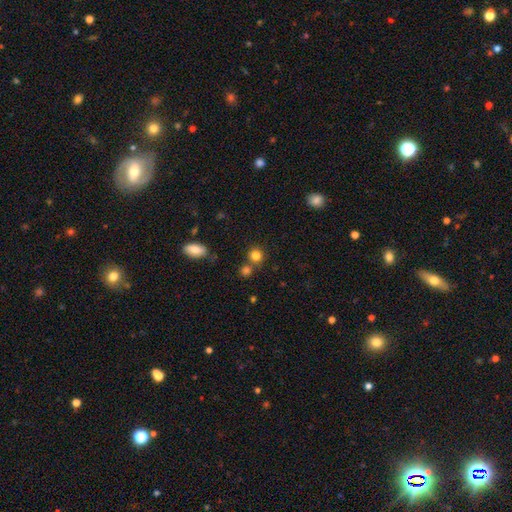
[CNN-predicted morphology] smooth 82%, star or artifact 12%, featured or disk 6%. Down the decision tree: how rounded — round (87%); merging — none (68%).